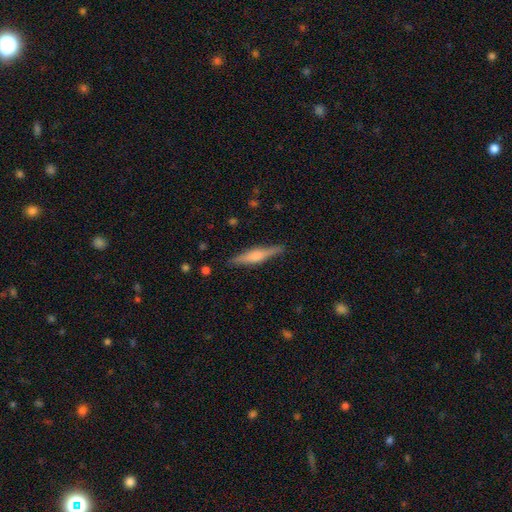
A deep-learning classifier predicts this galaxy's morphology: smooth-or-featured: featured or disk: 66% | smooth: 26% | star or artifact: 7%
  disk-edge-on: yes: 96% | no: 4%
    edge-on-bulge: rounded: 81% | boxy: 11% | none: 7%
  merging: none: 89% | minor disturbance: 8% | major disturbance: 2% | merger: 1%